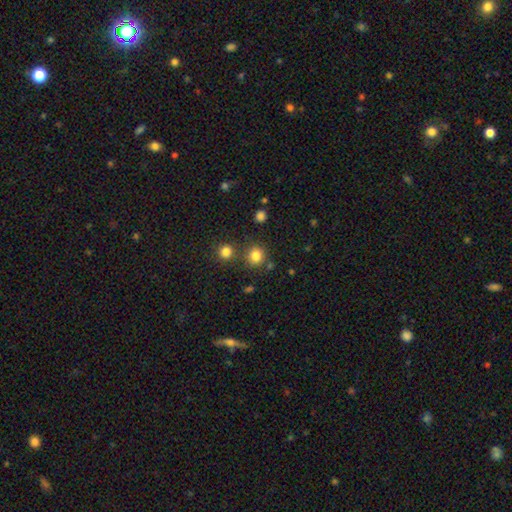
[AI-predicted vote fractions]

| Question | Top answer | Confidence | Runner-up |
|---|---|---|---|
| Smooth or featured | smooth | 82% | star or artifact (13%) |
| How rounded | round | 90% | in between (9%) |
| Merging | none | 78% | merger (11%) |